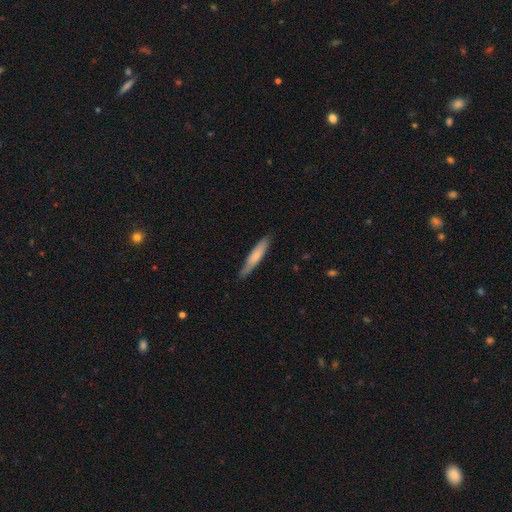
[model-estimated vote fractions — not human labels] This appears to be a smooth galaxy with no disk features (70%) that is cigar-shaped (90%). Merging: none (84%).